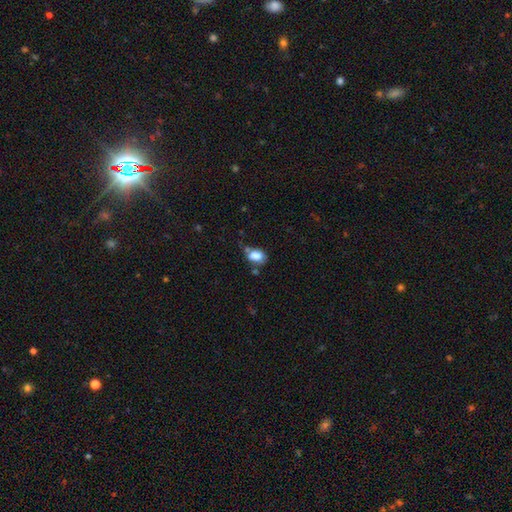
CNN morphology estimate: Smooth or featured? Predicted: smooth (p=0.80). How rounded? Predicted: in between (p=0.74). Merging? Predicted: none (p=0.43).